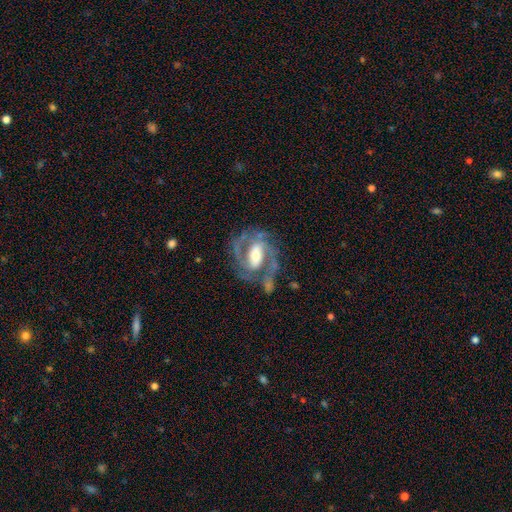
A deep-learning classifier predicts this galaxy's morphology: featured or disk 88%, smooth 7%, star or artifact 5%. Down the decision tree: edge-on disk — no (97%); bar — weak (40%, tied with strong); spiral arms — yes (95%); spiral arm count — 2 (82%); spiral winding — medium (53%); bulge size — moderate (57%); merging — none (64%).